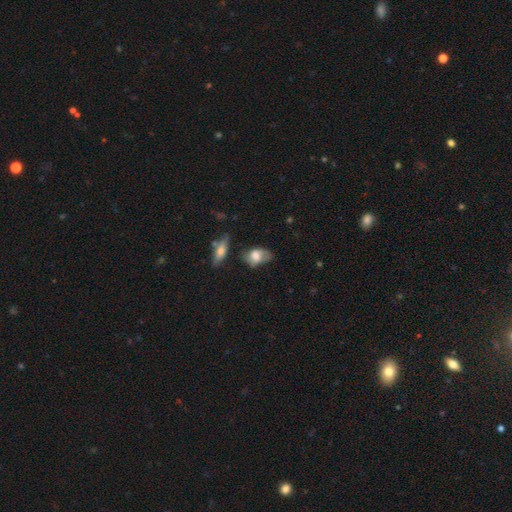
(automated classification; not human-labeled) This is likely a smooth galaxy (66%). How rounded: clearly in between (84%). Merging: marginally none (43%).